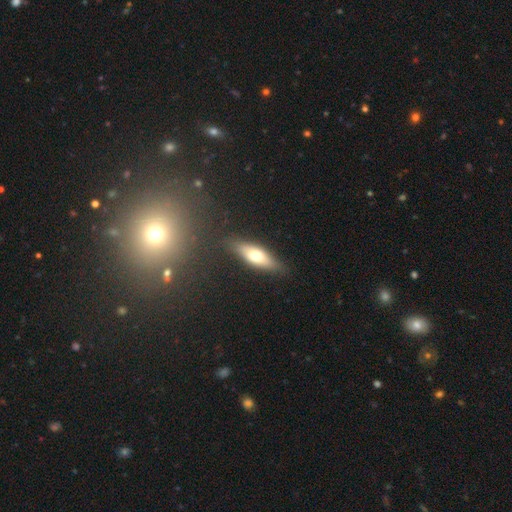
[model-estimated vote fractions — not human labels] The model was most divided on "how rounded": in between: 53%, cigar-shaped: 44%, round: 3%. More confident: merging — none (83%); smooth or featured — smooth (61%).